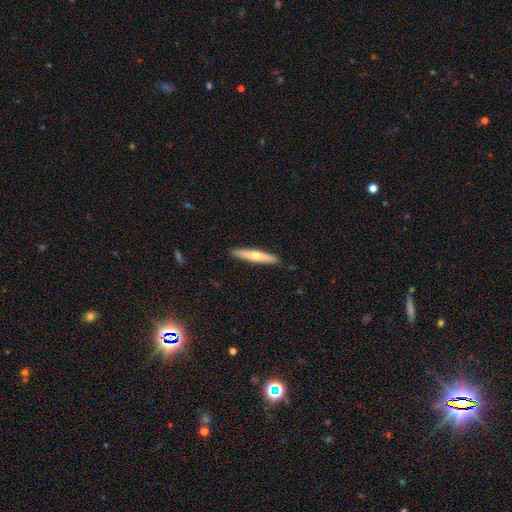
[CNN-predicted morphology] smooth 55%, featured or disk 40%, star or artifact 5%. Down the decision tree: how rounded — cigar-shaped (91%); merging — none (90%).